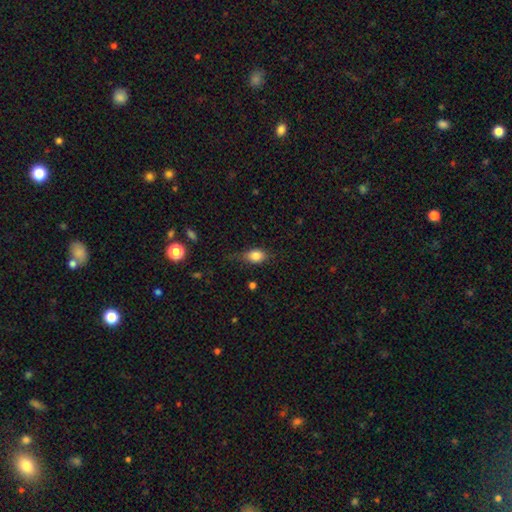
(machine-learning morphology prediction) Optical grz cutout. It shows a smooth galaxy with no disk features (81%) that is in between round and cigar-shaped (70%). Merging: none (58%).